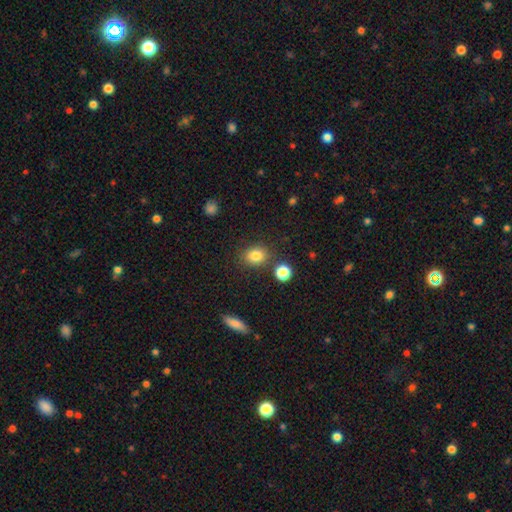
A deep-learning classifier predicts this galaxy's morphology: A smooth galaxy with no disk features (82%) that is round (52%).

Vote fractions:
- Smooth or featured? smooth: 82% / star or artifact: 11% / featured or disk: 6%
- How rounded? round: 52% / in between: 47% / cigar-shaped: 1%
- Merging? none: 81% / minor disturbance: 10% / merger: 6% / major disturbance: 3%